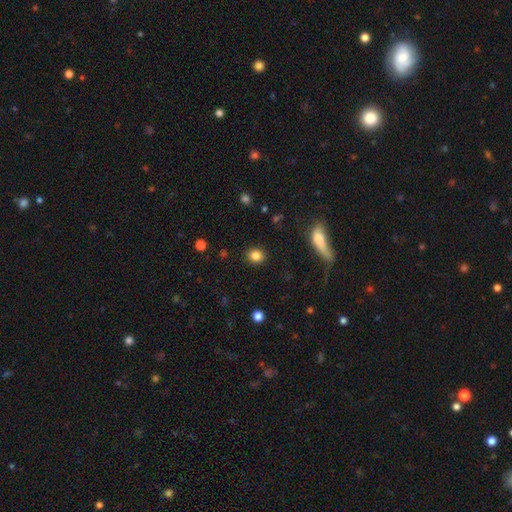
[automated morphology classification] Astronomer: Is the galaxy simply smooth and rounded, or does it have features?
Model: smooth — 84%.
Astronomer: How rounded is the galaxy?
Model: round — 71%.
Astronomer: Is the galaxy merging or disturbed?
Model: none — 90%.